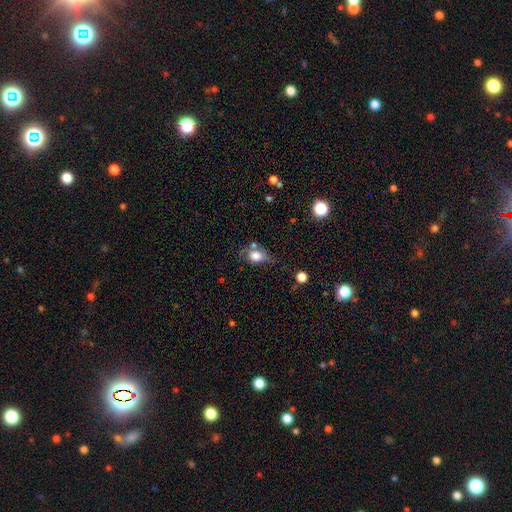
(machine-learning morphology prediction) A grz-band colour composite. It shows a smooth galaxy with no disk features (76%) that is in between round and cigar-shaped (63%). Merging: none (45%).